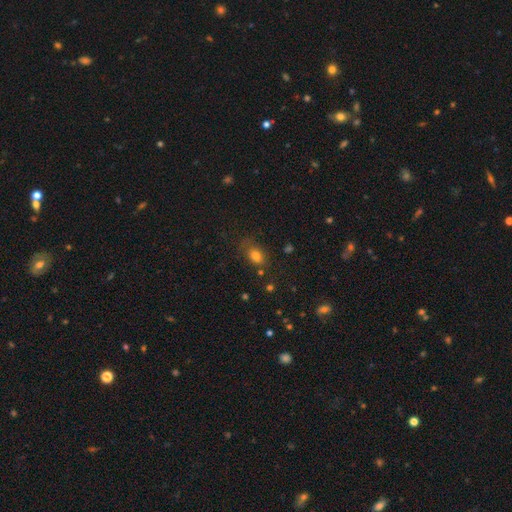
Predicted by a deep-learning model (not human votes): smooth-or-featured: smooth: 76% | star or artifact: 14% | featured or disk: 10%
  how-rounded: in between: 71% | round: 27% | cigar-shaped: 2%
  merging: none: 60% | minor disturbance: 24% | major disturbance: 10% | merger: 6%